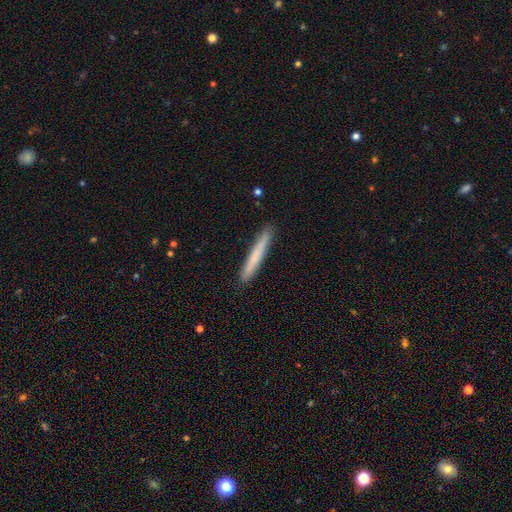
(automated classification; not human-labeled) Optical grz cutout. It shows a smooth galaxy with no disk features (70%) that is cigar-shaped (97%). Merging: none (92%).